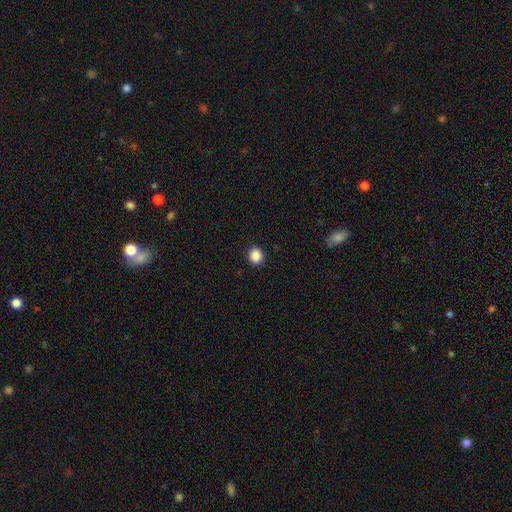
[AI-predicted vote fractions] A smooth galaxy with no disk features (88%) that is round (72%). Merging: none (91%).